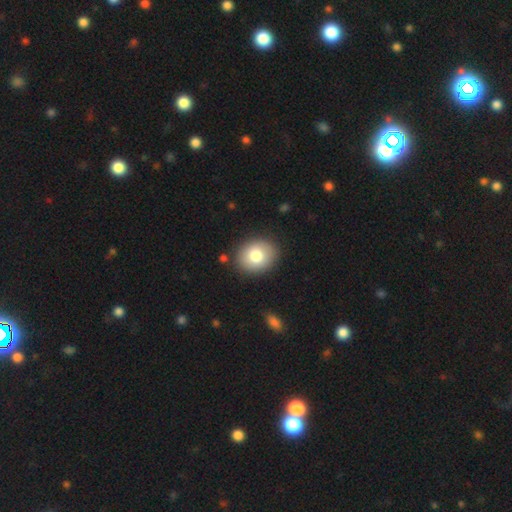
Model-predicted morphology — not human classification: smooth_or_featured: smooth (p=0.78) [alt: featured or disk p=0.14]
how_rounded: round (p=0.57) [alt: in between p=0.42]
merging: none (p=0.87) [alt: minor disturbance p=0.08]